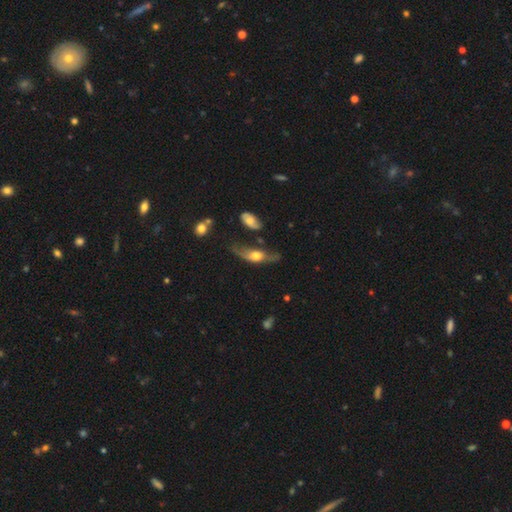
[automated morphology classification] A featured or disk galaxy (56%) viewed edge-on (60%).

Vote fractions:
- Smooth or featured? featured or disk: 56% / smooth: 37% / star or artifact: 7%
- Edge-on disk? yes: 60% / no: 40%
- Merging? none: 48% / minor disturbance: 28% / major disturbance: 17% / merger: 6%